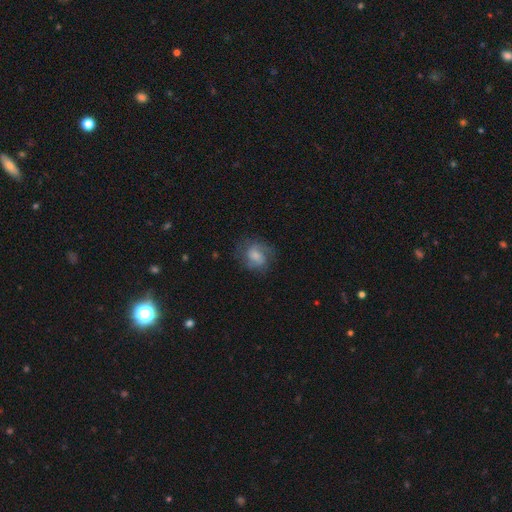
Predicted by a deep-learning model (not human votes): This is possibly a featured or disk galaxy (48%). Merging: likely none (65%).